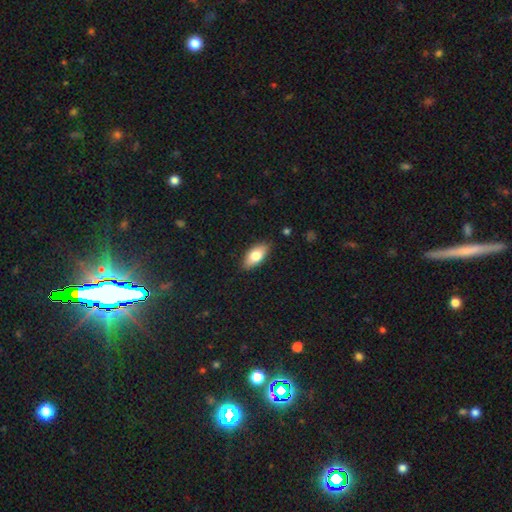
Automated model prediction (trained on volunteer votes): Q: Smooth or featured?
A: smooth (76%); runner-up: featured or disk (18%)
Q: How rounded?
A: in between (88%); runner-up: cigar-shaped (9%)
Q: Merging?
A: none (85%); runner-up: minor disturbance (12%)